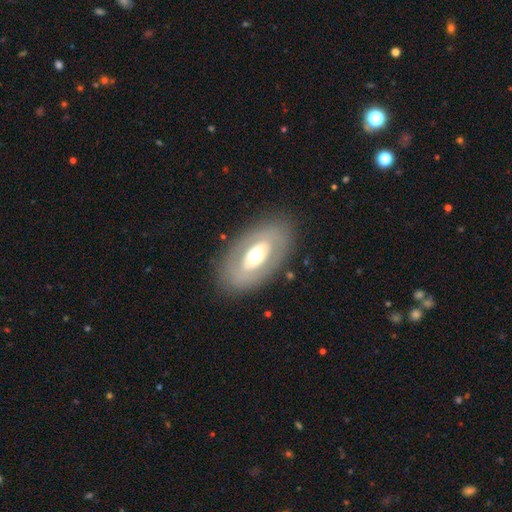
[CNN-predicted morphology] A featured or disk galaxy (54%).

Vote fractions:
- Smooth or featured? featured or disk: 54% / smooth: 40% / star or artifact: 7%
- Edge-on disk? no: 87% / yes: 13%
- Merging? none: 82% / minor disturbance: 10% / major disturbance: 6% / merger: 1%